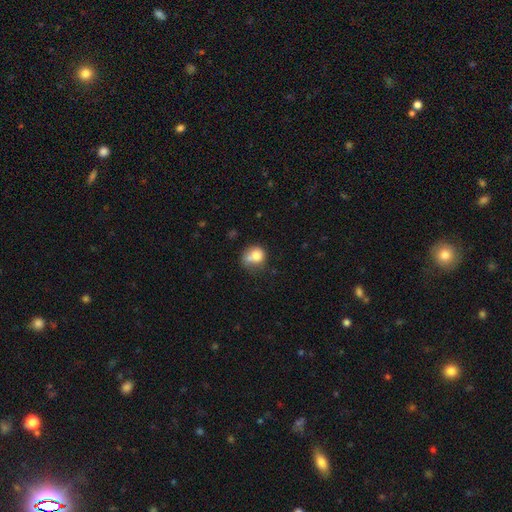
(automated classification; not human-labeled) Smooth or featured? Predicted: smooth (p=0.77). How rounded? Predicted: round (p=0.70). Merging? Predicted: none (p=0.37).